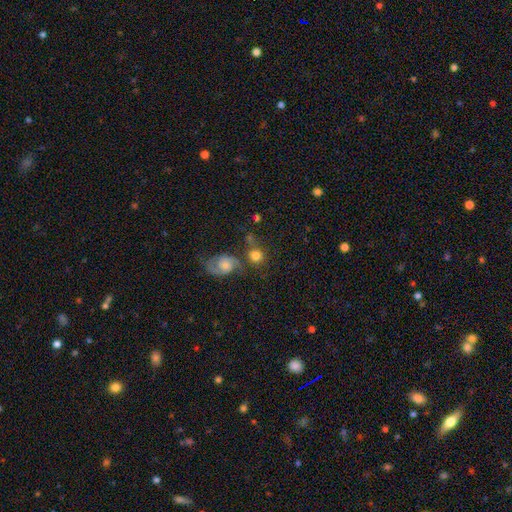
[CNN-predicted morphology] smooth_or_featured: smooth (p=0.70) [alt: featured or disk p=0.20]
how_rounded: round (p=0.85) [alt: in between p=0.13]
merging: none (p=0.55) [alt: merger p=0.25]